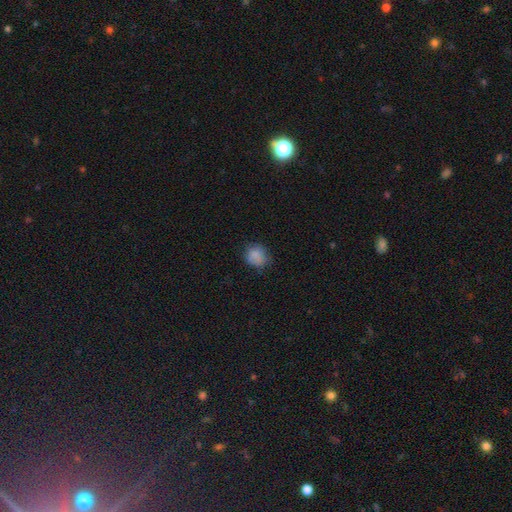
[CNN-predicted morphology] The model was most divided on "merging": none: 68%, minor disturbance: 24%, major disturbance: 7%, merger: 2%. More confident: smooth or featured — smooth (82%); how rounded — round (72%).